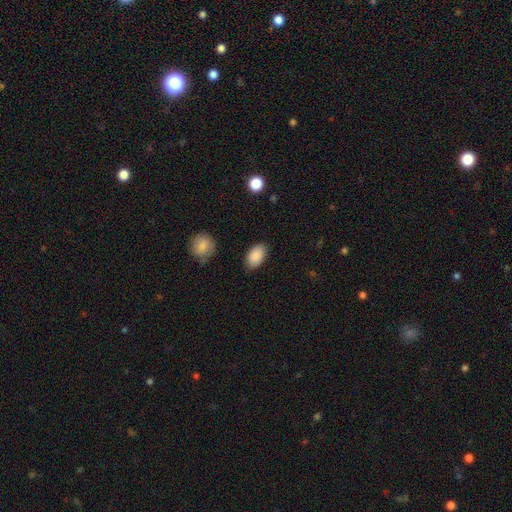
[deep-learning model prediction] This is clearly a smooth galaxy (89%). How rounded: clearly in between (91%). Merging: clearly none (85%).